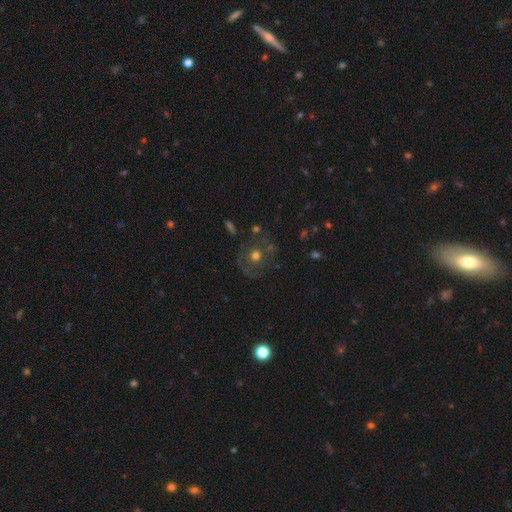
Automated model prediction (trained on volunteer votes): smooth_or_featured: smooth (p=0.50) [alt: featured or disk p=0.36]
merging: none (p=0.71) [alt: minor disturbance p=0.15]